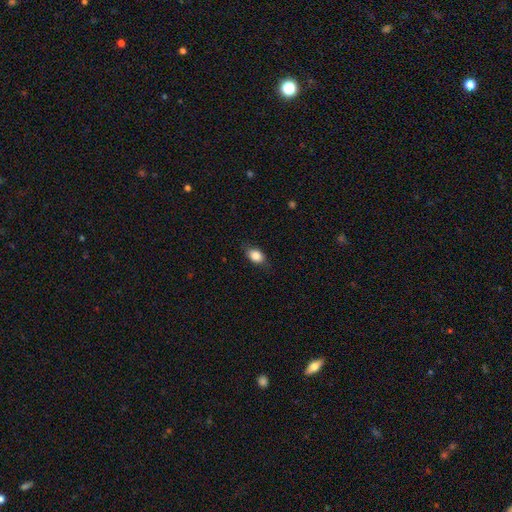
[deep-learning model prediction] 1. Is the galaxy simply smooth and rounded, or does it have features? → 84% smooth, 8% star or artifact, 7% featured or disk.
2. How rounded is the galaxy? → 75% in between, 23% round, 2% cigar-shaped.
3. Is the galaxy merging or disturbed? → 80% none, 16% minor disturbance, 4% major disturbance, 1% merger.